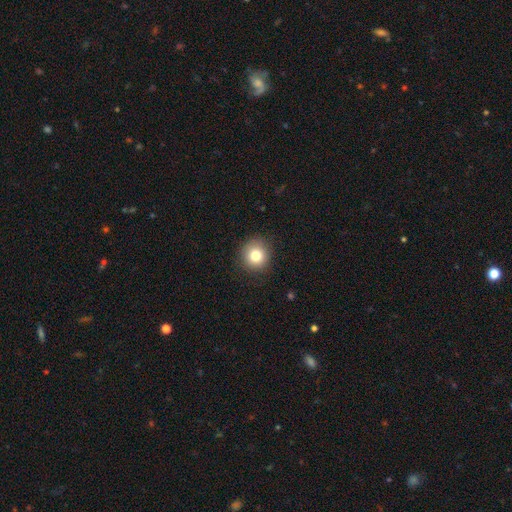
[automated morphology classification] Q: Smooth or featured?
A: smooth (80%); runner-up: star or artifact (11%)
Q: How rounded?
A: round (91%); runner-up: in between (8%)
Q: Merging?
A: none (89%); runner-up: minor disturbance (8%)